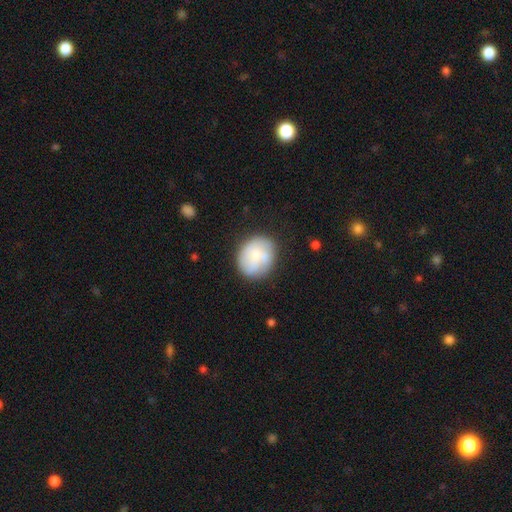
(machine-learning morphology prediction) Smooth or featured? smooth (58%)
How rounded? round (66%)
Merging? none (65%)